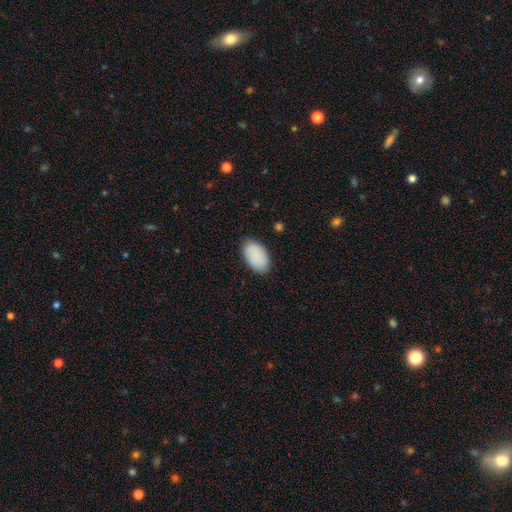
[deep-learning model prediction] smooth_or_featured: smooth (p=0.90) [alt: star or artifact p=0.06]
how_rounded: in between (p=0.95) [alt: round p=0.04]
merging: none (p=0.86) [alt: minor disturbance p=0.10]